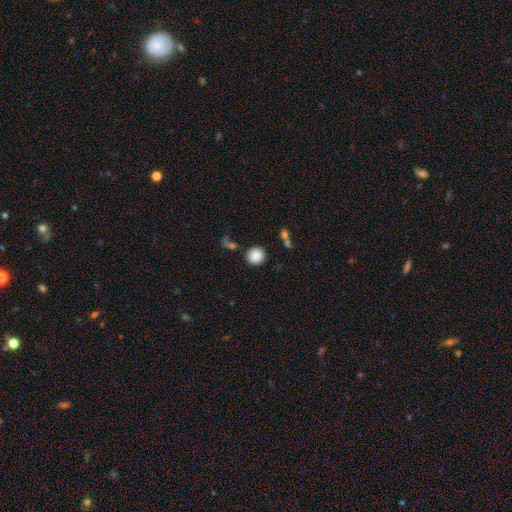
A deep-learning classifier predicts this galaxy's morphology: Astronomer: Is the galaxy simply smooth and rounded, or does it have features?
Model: smooth — 86%.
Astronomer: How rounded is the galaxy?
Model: round — 93%.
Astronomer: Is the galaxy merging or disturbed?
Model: none — 80%.